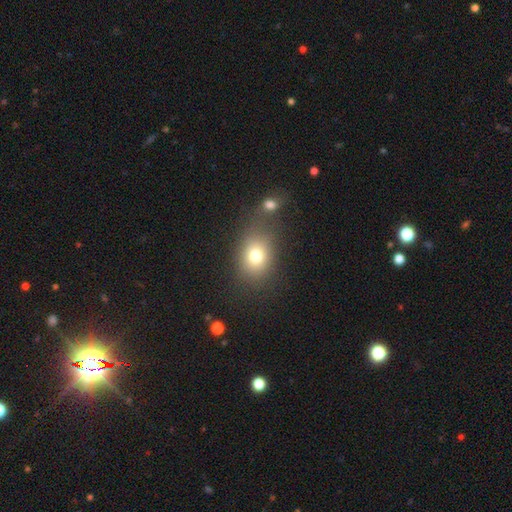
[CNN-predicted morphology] Smooth or featured?
  - smooth: 76% *
  - star or artifact: 13%
  - featured or disk: 12%
How rounded?
  - in between: 55% *
  - round: 44%
  - cigar-shaped: 1%
Merging?
  - none: 57% *
  - merger: 22%
  - minor disturbance: 13%
  - major disturbance: 8%